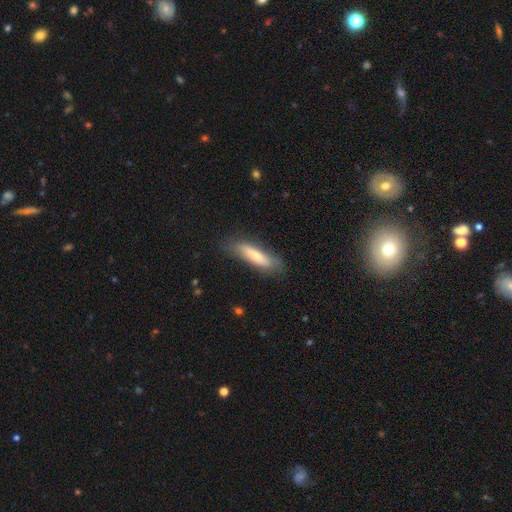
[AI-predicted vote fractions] smooth-or-featured: smooth: 67% | featured or disk: 27% | star or artifact: 6%
  how-rounded: cigar-shaped: 70% | in between: 28% | round: 2%
  merging: none: 77% | minor disturbance: 17% | major disturbance: 5% | merger: 1%